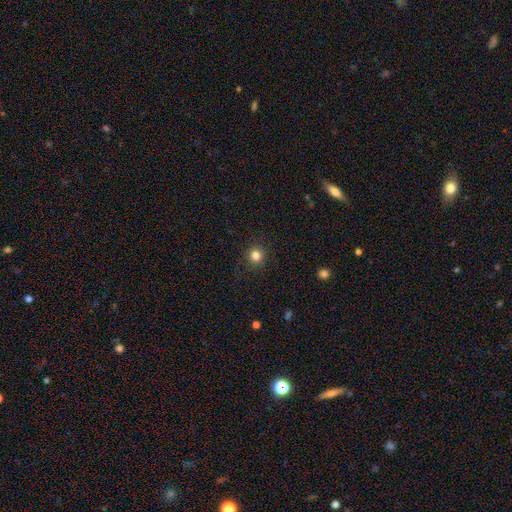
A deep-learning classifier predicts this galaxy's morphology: The model was most divided on "smooth or featured": smooth: 82%, star or artifact: 13%, featured or disk: 5%. More confident: how rounded — round (93%); merging — none (91%).